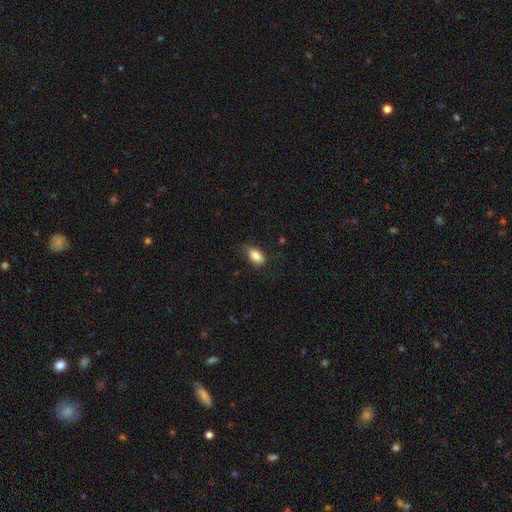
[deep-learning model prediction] smooth 87%, star or artifact 8%, featured or disk 5%. Down the decision tree: how rounded — in between (90%); merging — none (74%).